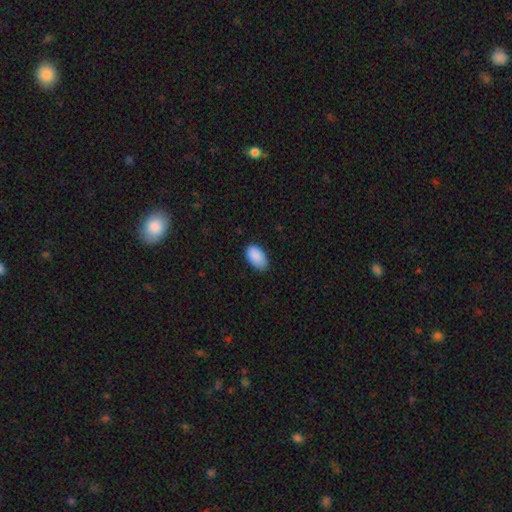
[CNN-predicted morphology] A smooth galaxy with no disk features (90%) that is in between round and cigar-shaped (95%). Merging: none (80%).